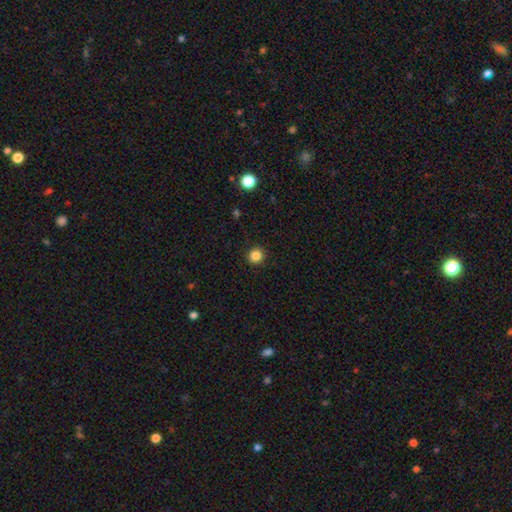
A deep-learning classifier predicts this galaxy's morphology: Smooth or featured? smooth (85%)
How rounded? round (92%)
Merging? none (92%)